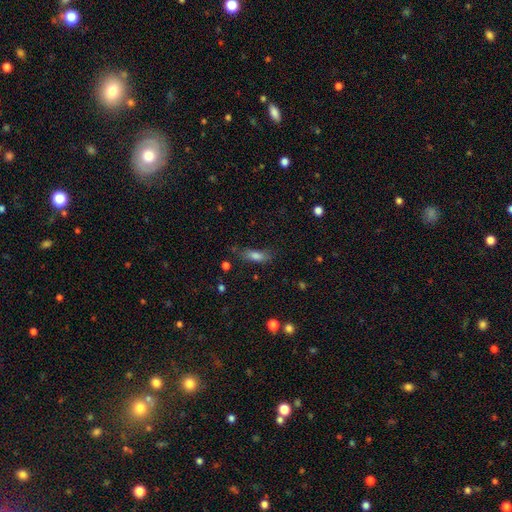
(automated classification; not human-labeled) A smooth galaxy with no disk features (76%) that is in between round and cigar-shaped (63%). Merging: none (63%).